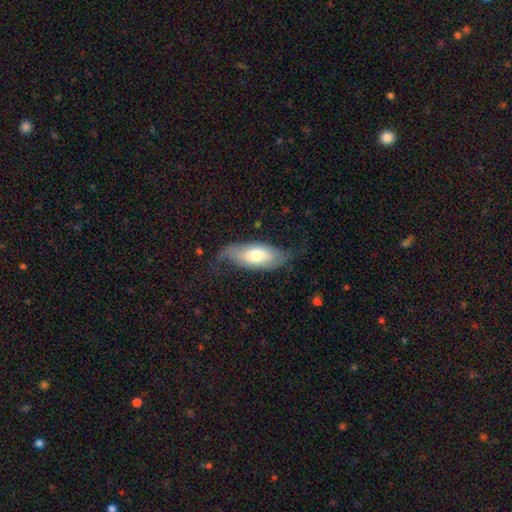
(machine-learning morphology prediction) Smooth or featured: smooth — 55% (featured or disk — 39%)
How rounded: in between — 80% (cigar-shaped — 18%)
Merging: none — 53% (minor disturbance — 31%)